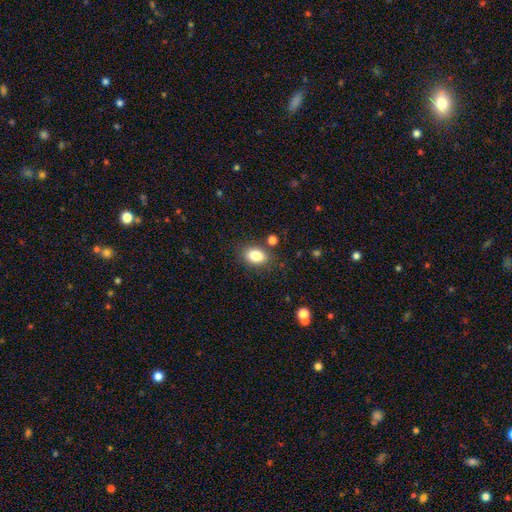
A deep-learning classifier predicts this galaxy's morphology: smooth-or-featured: smooth: 84% | star or artifact: 9% | featured or disk: 7%
  how-rounded: in between: 80% | round: 19% | cigar-shaped: 1%
  merging: none: 80% | minor disturbance: 12% | merger: 5% | major disturbance: 3%